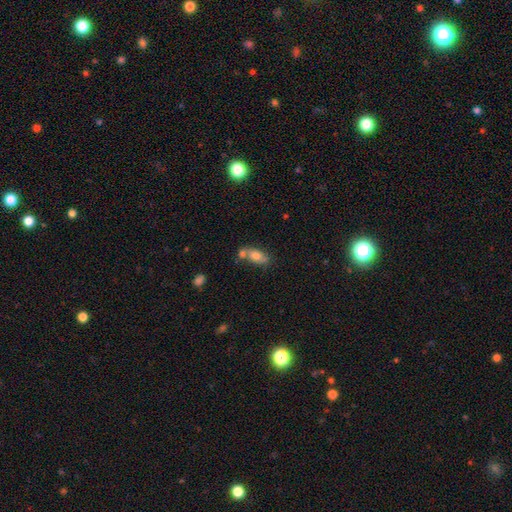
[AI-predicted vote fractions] smooth-or-featured: smooth: 75% | featured or disk: 16% | star or artifact: 9%
  how-rounded: in between: 84% | cigar-shaped: 9% | round: 7%
  merging: none: 43% | merger: 36% | minor disturbance: 15% | major disturbance: 6%